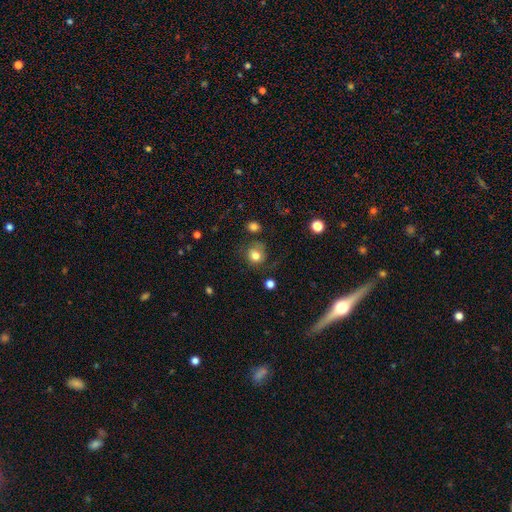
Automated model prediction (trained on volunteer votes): smooth_or_featured: smooth (p=0.78) [alt: featured or disk p=0.11]
how_rounded: round (p=0.79) [alt: in between p=0.20]
merging: none (p=0.59) [alt: minor disturbance p=0.22]